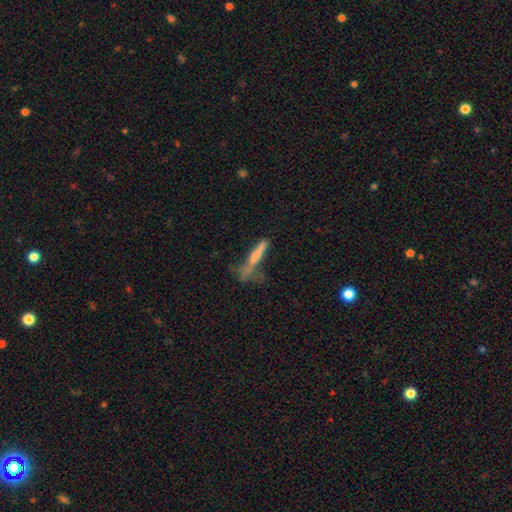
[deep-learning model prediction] The model was most divided on "smooth or featured": smooth: 48%, featured or disk: 42%, star or artifact: 10%. Remaining: merging — none (45%).